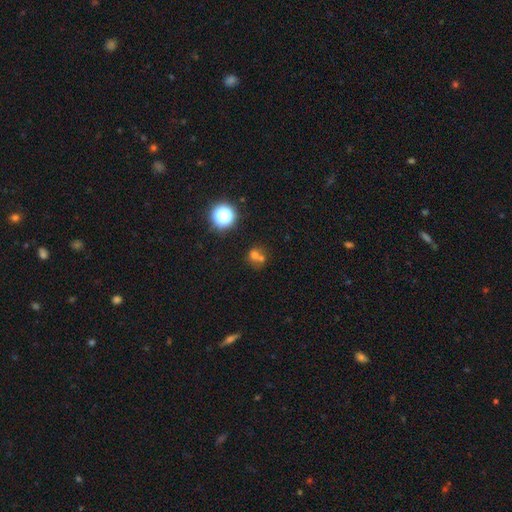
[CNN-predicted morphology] A smooth galaxy with no disk features (61%) that is round (77%).

Vote fractions:
- Smooth or featured? smooth: 61% / star or artifact: 22% / featured or disk: 16%
- How rounded? round: 77% / in between: 22% / cigar-shaped: 1%
- Merging? merger: 48% / none: 39% / minor disturbance: 8% / major disturbance: 5%